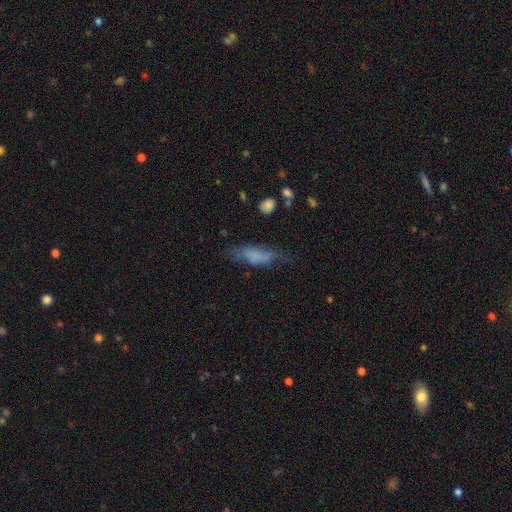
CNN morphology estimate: Smooth or featured: smooth — 60% (featured or disk — 30%)
How rounded: cigar-shaped — 52% (in between — 46%)
Merging: none — 52% (minor disturbance — 28%)